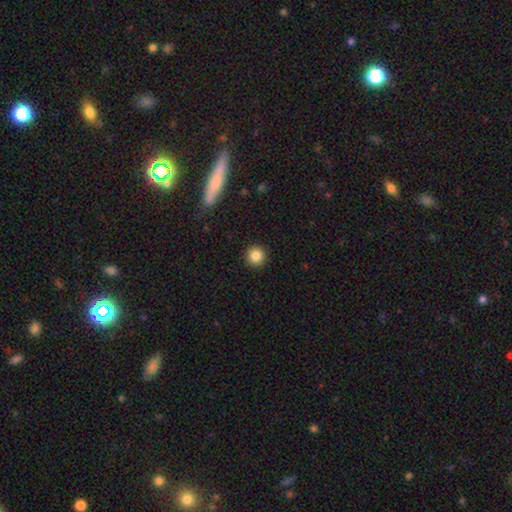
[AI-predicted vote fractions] Q: Smooth or featured?
A: smooth (85%); runner-up: star or artifact (10%)
Q: How rounded?
A: round (94%); runner-up: in between (5%)
Q: Merging?
A: none (92%); runner-up: minor disturbance (5%)